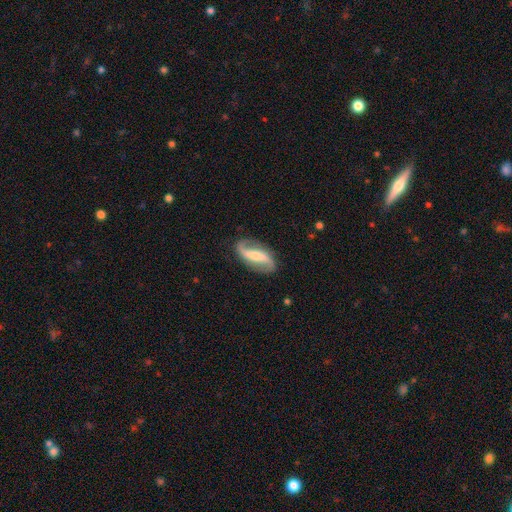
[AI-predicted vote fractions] Overall: featured or disk (83%). Edge-on disk: no (94%). Bar: strong (50%; weak 30%). Spiral arms: yes (95%). Spiral arm count: 2 (92%). Spiral winding: loose (66%; medium 26%). Bulge size: small (43%; moderate 35%). Merging: none (83%).